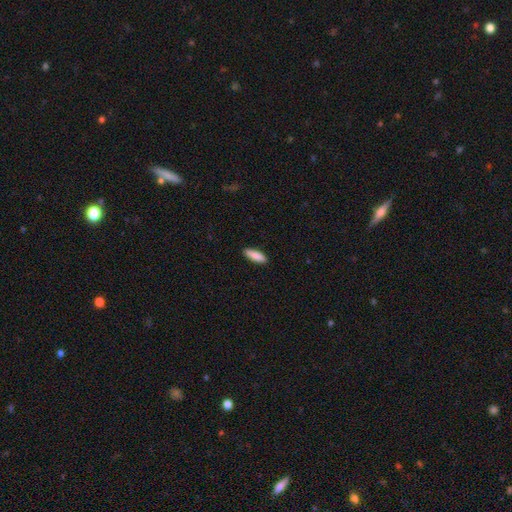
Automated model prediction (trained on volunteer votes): Smooth or featured? smooth (87%)
How rounded? in between (53%)
Merging? none (88%)